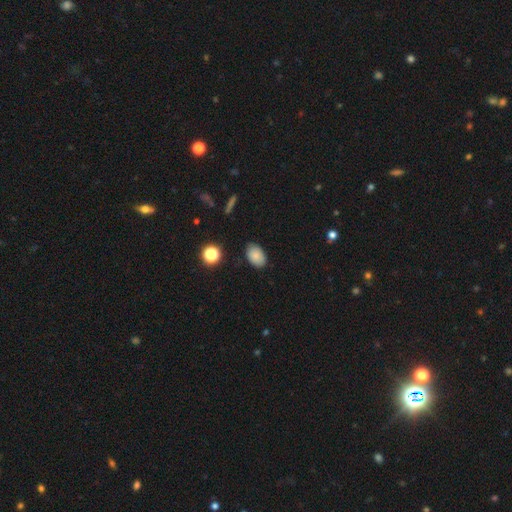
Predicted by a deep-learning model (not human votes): The model was most divided on "merging": none: 82%, minor disturbance: 13%, major disturbance: 3%, merger: 1%. More confident: how rounded — in between (86%); smooth or featured — smooth (84%).